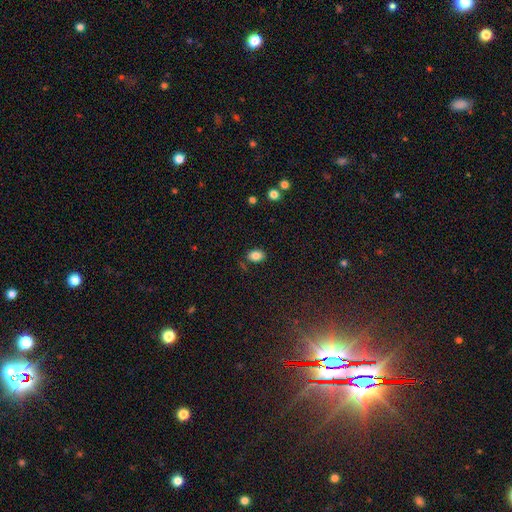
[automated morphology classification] Q: Smooth or featured?
A: smooth (84%); runner-up: star or artifact (10%)
Q: How rounded?
A: in between (79%); runner-up: round (20%)
Q: Merging?
A: none (79%); runner-up: minor disturbance (13%)